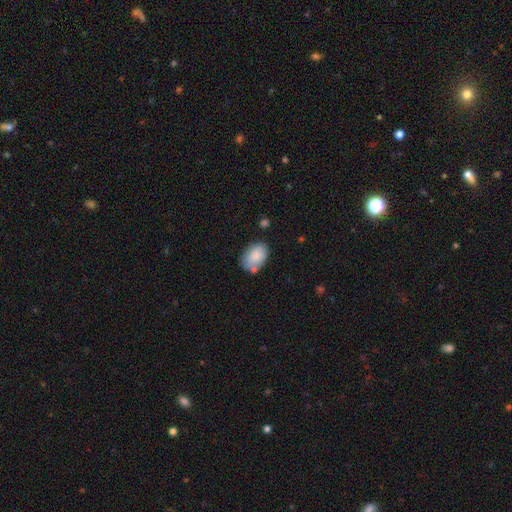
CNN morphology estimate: Overall: smooth (83%). How rounded: in between (84%). Merging: none (63%).